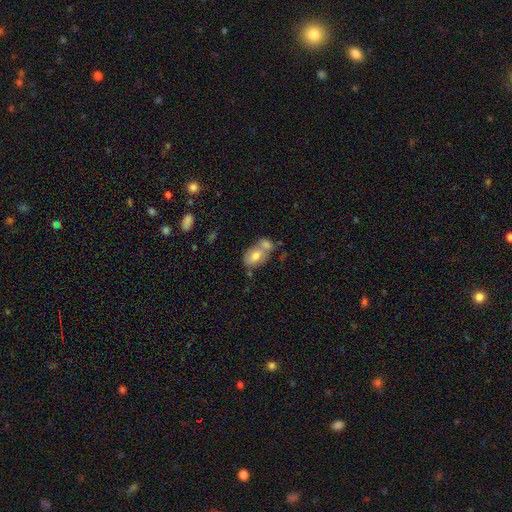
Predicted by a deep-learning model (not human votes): This appears to be a smooth galaxy with no disk features (70%) that is in between round and cigar-shaped (79%). Merging: merger (56%).